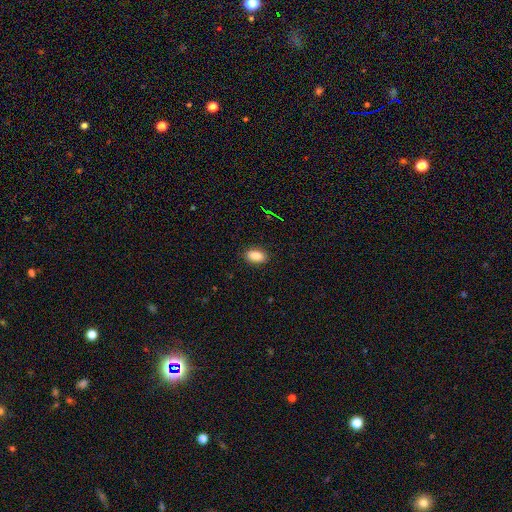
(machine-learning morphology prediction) The model was most divided on "smooth or featured": smooth: 87%, star or artifact: 8%, featured or disk: 4%. More confident: how rounded — in between (90%); merging — none (89%).